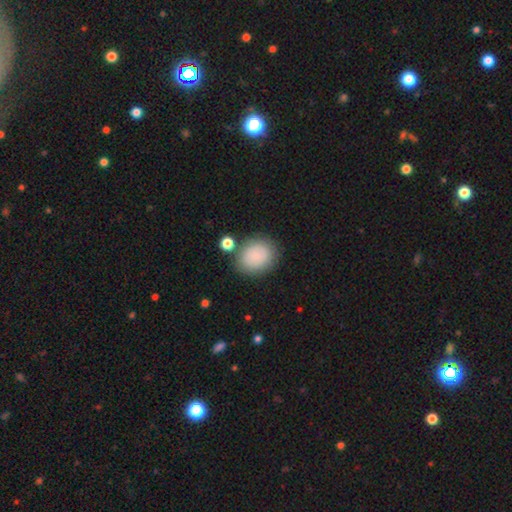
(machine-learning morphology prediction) smooth-or-featured: smooth: 85% | star or artifact: 8% | featured or disk: 7%
  how-rounded: round: 60% | in between: 39% | cigar-shaped: 1%
  merging: none: 76% | minor disturbance: 12% | merger: 7% | major disturbance: 4%